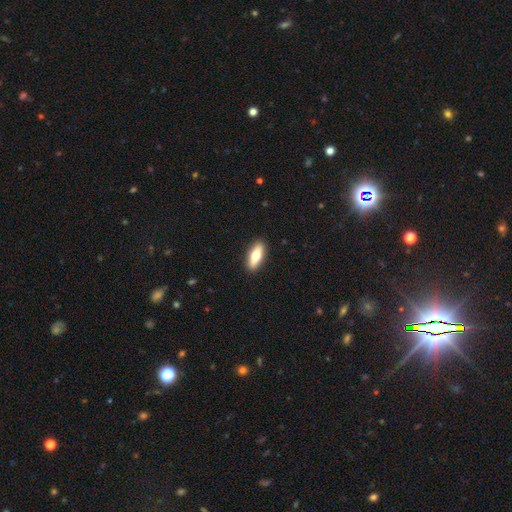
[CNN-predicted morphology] type=smooth (66%); roundness=in between (61%); merging=none (90%).